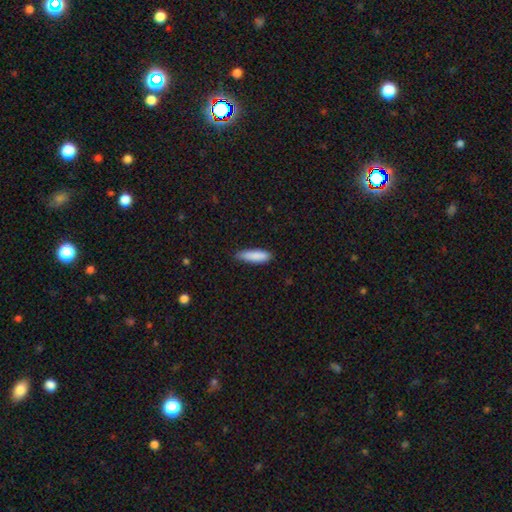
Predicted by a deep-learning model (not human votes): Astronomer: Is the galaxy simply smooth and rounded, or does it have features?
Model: smooth — 87%.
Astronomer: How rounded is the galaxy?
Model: cigar-shaped — 57% (runner-up: in between, 41%).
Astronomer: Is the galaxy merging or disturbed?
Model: none — 74%.